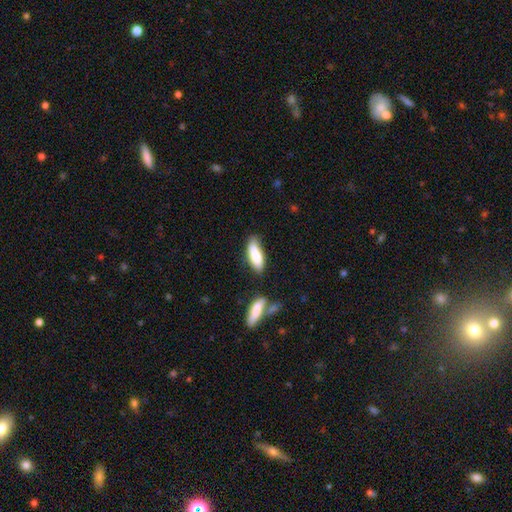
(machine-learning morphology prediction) Q: Smooth or featured?
A: smooth (77%); runner-up: featured or disk (17%)
Q: How rounded?
A: in between (59%); runner-up: cigar-shaped (40%)
Q: Merging?
A: none (62%); runner-up: minor disturbance (21%)